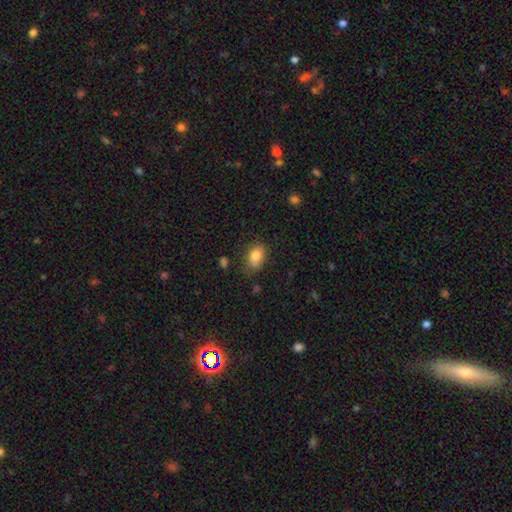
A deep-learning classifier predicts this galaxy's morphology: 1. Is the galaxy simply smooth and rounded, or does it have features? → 83% smooth, 9% star or artifact, 8% featured or disk.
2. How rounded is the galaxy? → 78% in between, 20% round, 1% cigar-shaped.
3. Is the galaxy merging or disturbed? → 65% none, 25% minor disturbance, 7% major disturbance, 4% merger.